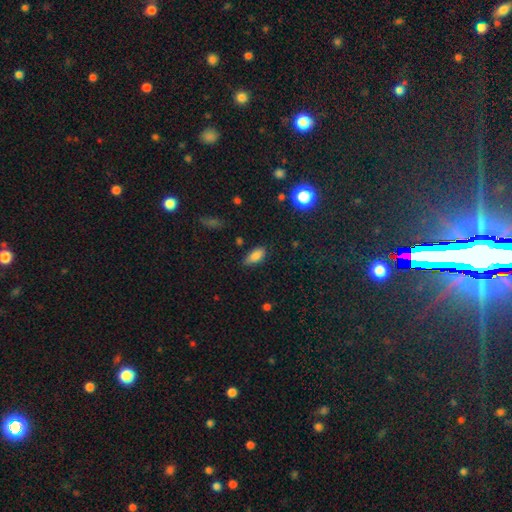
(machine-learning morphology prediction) Smooth or featured? smooth (83%)
How rounded? in between (87%)
Merging? none (75%)